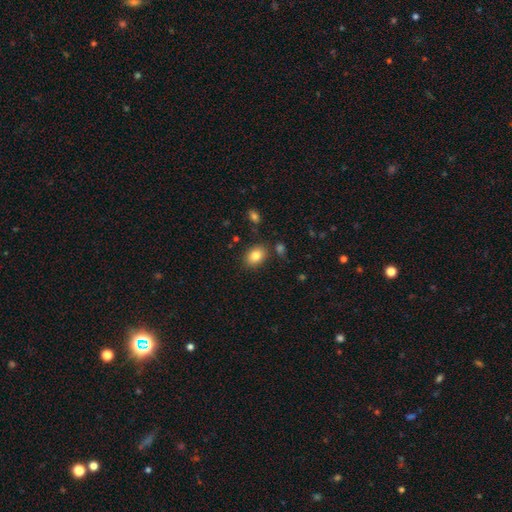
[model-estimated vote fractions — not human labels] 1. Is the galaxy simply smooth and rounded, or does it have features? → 83% smooth, 9% star or artifact, 8% featured or disk.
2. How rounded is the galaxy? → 73% in between, 26% round, 1% cigar-shaped.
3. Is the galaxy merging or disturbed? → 82% none, 11% minor disturbance, 4% merger, 3% major disturbance.